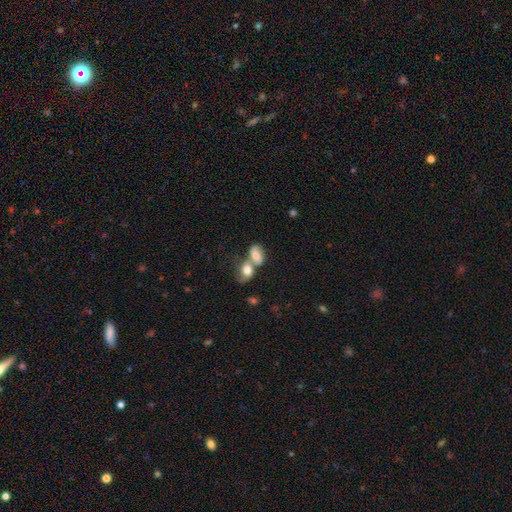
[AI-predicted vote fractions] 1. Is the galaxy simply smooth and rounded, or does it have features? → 61% smooth, 30% featured or disk, 10% star or artifact.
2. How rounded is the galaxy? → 82% in between, 14% round, 3% cigar-shaped.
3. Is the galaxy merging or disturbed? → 68% merger, 19% none, 8% minor disturbance, 6% major disturbance.